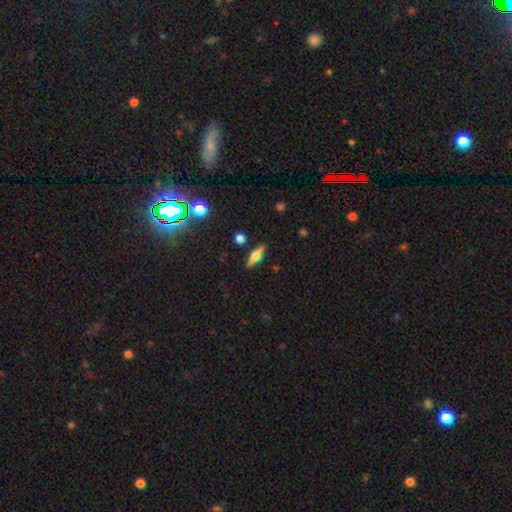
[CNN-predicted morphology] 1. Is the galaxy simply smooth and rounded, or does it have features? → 48% featured or disk, 43% smooth, 9% star or artifact.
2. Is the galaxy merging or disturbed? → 87% none, 8% minor disturbance, 2% merger, 2% major disturbance.